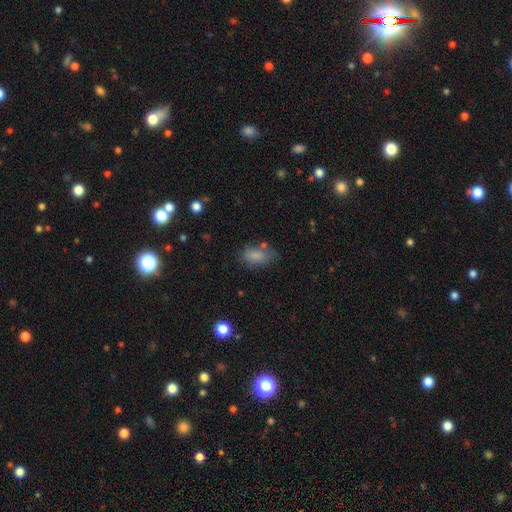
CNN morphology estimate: This is clearly a smooth galaxy (81%). How rounded: clearly in between (89%). Merging: possibly none (59%).